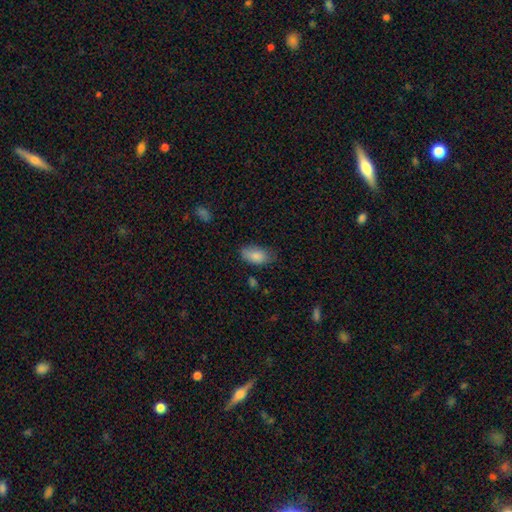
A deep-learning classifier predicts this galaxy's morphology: Smooth or featured? smooth (84%)
How rounded? in between (93%)
Merging? none (68%)